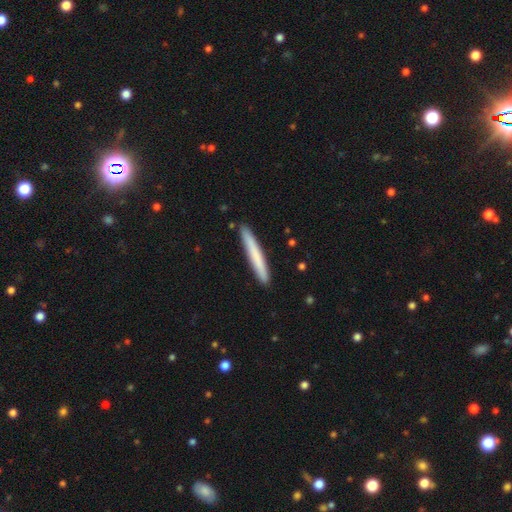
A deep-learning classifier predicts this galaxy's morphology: This appears to be a smooth galaxy with no disk features (71%) that is cigar-shaped (97%). Merging: none (90%).